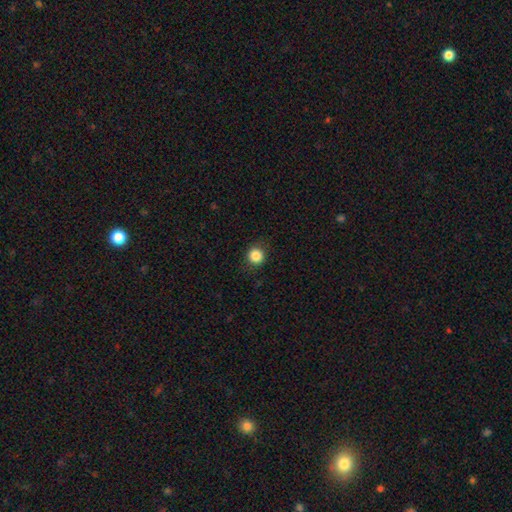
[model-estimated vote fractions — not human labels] The model was most divided on "smooth or featured": smooth: 85%, star or artifact: 11%, featured or disk: 4%. More confident: how rounded — round (93%); merging — none (88%).